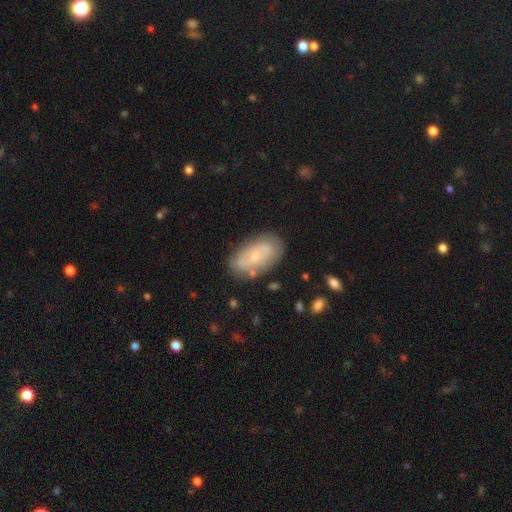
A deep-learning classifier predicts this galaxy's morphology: featured or disk 48%, smooth 45%, star or artifact 7%. Down the decision tree: merging — none (73%).